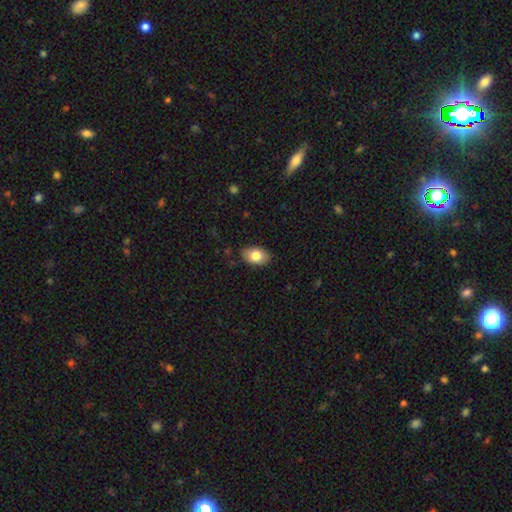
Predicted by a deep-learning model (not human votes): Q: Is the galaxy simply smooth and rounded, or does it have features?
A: smooth — 81%.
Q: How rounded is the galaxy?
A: in between — 85%.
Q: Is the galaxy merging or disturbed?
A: none — 84%.